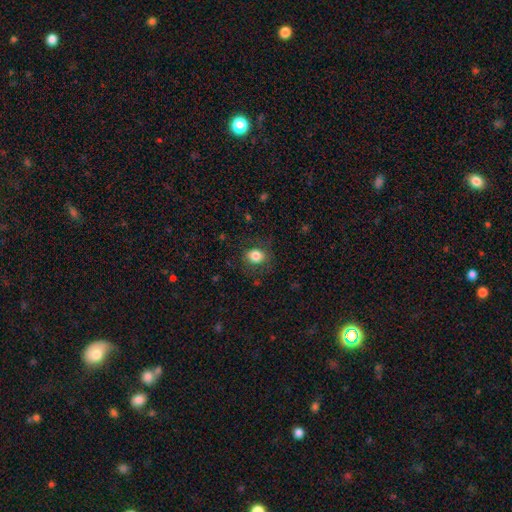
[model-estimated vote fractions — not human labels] Smooth or featured? Predicted: smooth (p=0.82). How rounded? Predicted: round (p=0.63). Merging? Predicted: none (p=0.79).